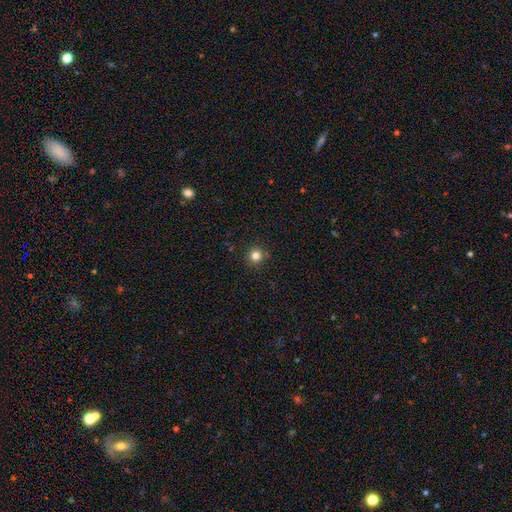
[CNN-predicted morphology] This is clearly a smooth galaxy (81%). How rounded: clearly round (95%). Merging: clearly none (91%).